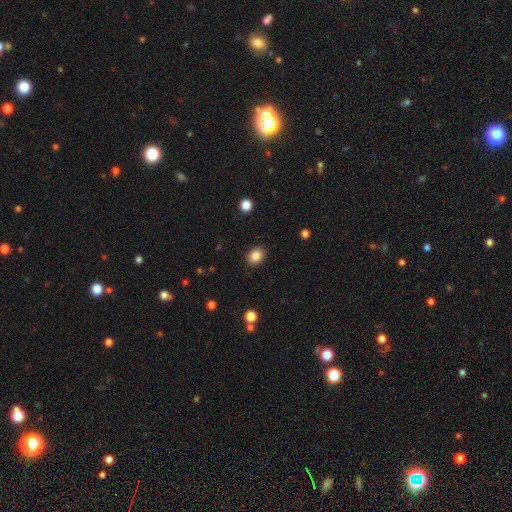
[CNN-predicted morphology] smooth_or_featured: smooth (p=0.86) [alt: star or artifact p=0.09]
how_rounded: in between (p=0.58) [alt: round p=0.41]
merging: none (p=0.89) [alt: minor disturbance p=0.08]